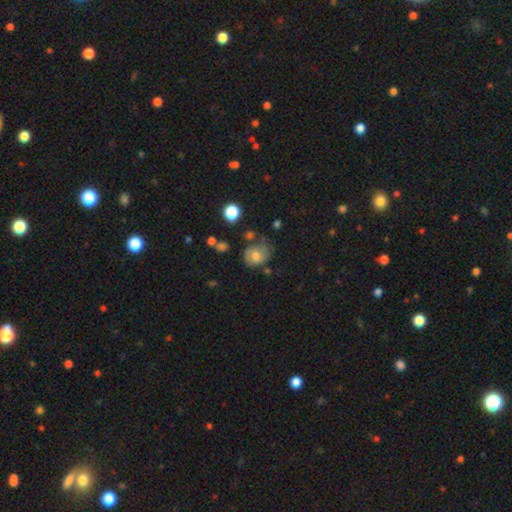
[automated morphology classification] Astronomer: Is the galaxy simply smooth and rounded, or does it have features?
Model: smooth — 64%.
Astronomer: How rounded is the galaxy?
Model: round — 57% (runner-up: in between, 42%).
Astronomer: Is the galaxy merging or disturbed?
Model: none — 50% (runner-up: minor disturbance, 29%).